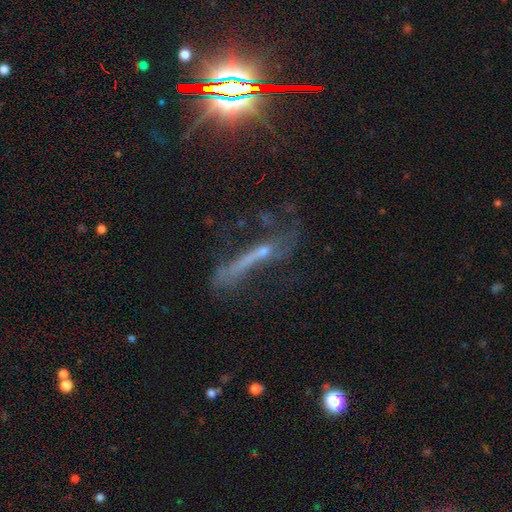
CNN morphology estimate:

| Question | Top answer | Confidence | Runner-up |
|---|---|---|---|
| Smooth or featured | featured or disk | 54% | smooth (24%) |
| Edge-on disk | yes | 53% | no (47%) |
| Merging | none | 36% | major disturbance (35%) |